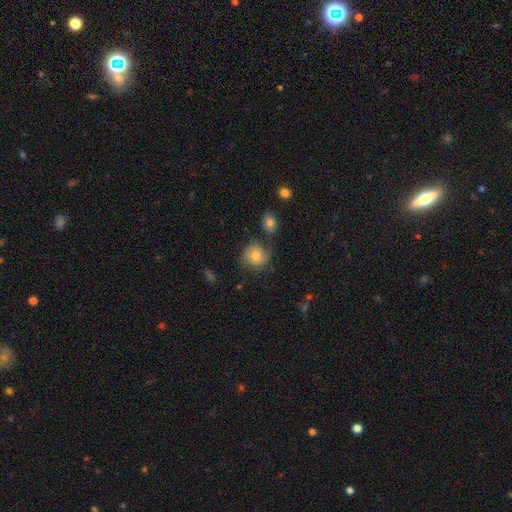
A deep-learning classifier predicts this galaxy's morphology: Q: Smooth or featured?
A: smooth (73%); runner-up: featured or disk (17%)
Q: How rounded?
A: round (86%); runner-up: in between (13%)
Q: Merging?
A: none (68%); runner-up: minor disturbance (19%)